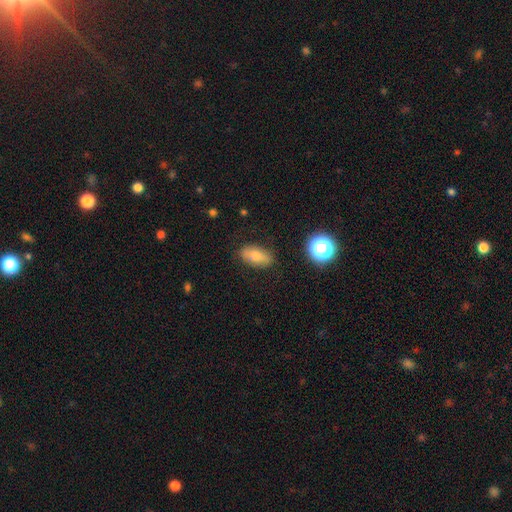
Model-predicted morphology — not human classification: Smooth or featured: smooth — 68% (featured or disk — 22%)
How rounded: in between — 84% (round — 8%)
Merging: none — 84% (minor disturbance — 12%)